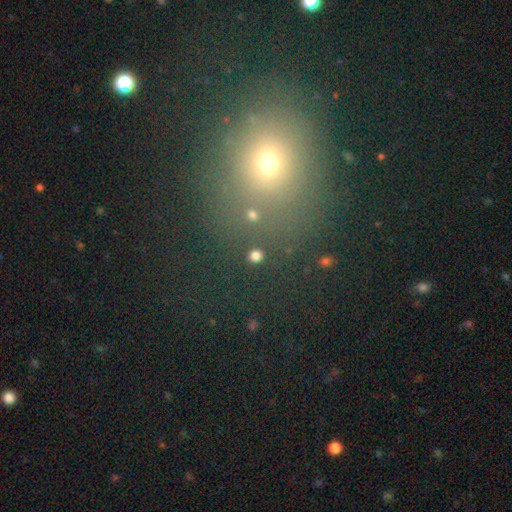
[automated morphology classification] Smooth or featured: smooth — 80% (star or artifact — 16%)
How rounded: round — 85% (in between — 14%)
Merging: none — 89% (minor disturbance — 6%)